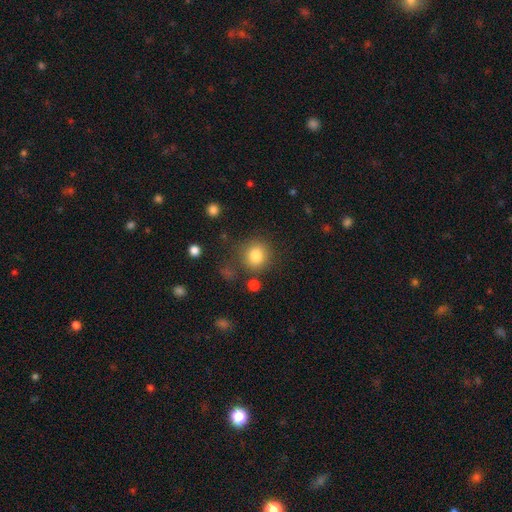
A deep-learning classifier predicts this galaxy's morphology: A smooth galaxy with no disk features (83%) that is round (87%). Merging: none (79%).